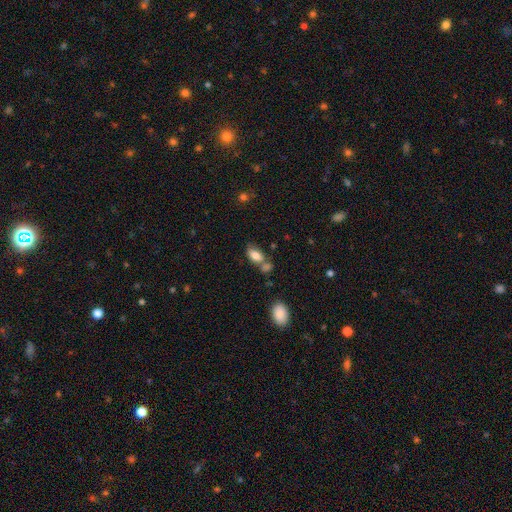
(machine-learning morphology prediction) Smooth or featured?
  - smooth: 81% *
  - featured or disk: 11%
  - star or artifact: 8%
How rounded?
  - in between: 90% *
  - round: 5%
  - cigar-shaped: 4%
Merging?
  - none: 47% *
  - merger: 33%
  - minor disturbance: 15%
  - major disturbance: 6%